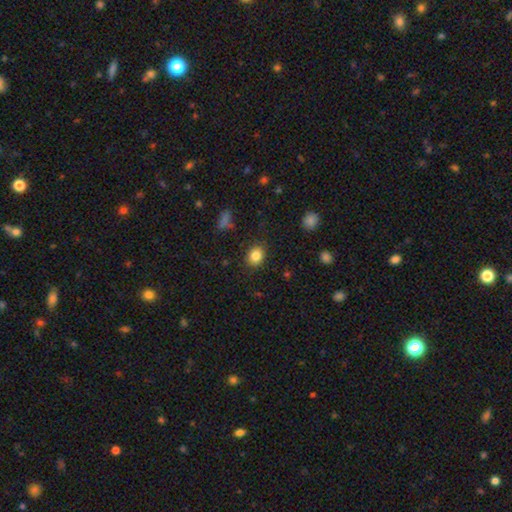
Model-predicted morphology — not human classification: smooth 84%, star or artifact 10%, featured or disk 6%. Down the decision tree: how rounded — round (57%); merging — none (88%).